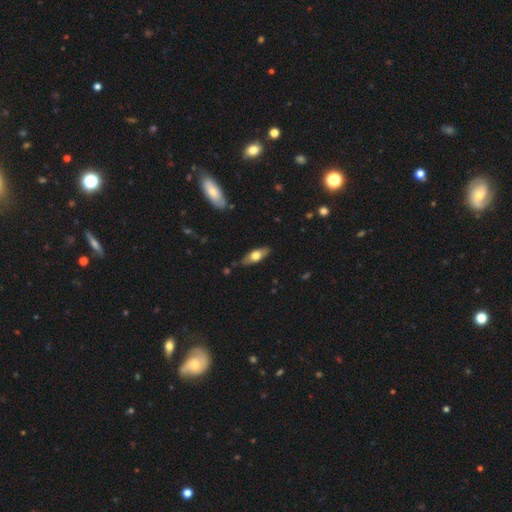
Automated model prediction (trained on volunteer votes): Smooth or featured? Predicted: smooth (p=0.55). How rounded? Predicted: in between (p=0.63). Merging? Predicted: none (p=0.79).